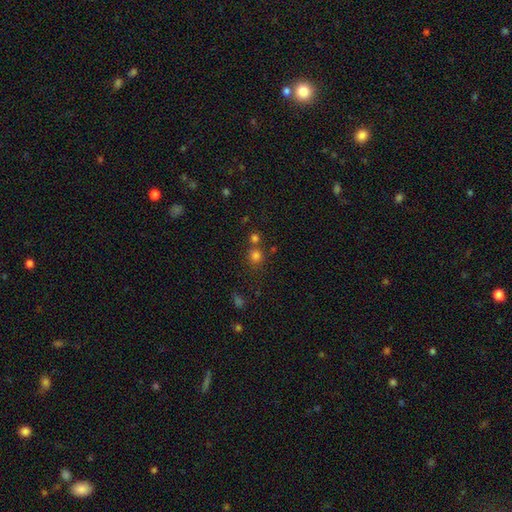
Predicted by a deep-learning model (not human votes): smooth 76%, star or artifact 18%, featured or disk 6%. Down the decision tree: how rounded — round (88%); merging — none (64%).